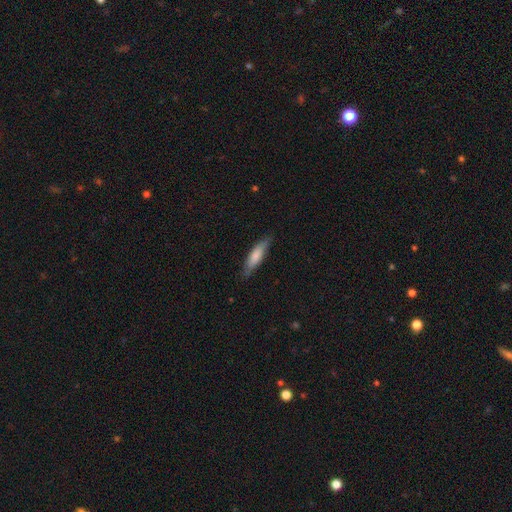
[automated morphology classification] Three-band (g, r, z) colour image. It shows a smooth galaxy with no disk features (71%) that is cigar-shaped (72%). Merging: none (80%).